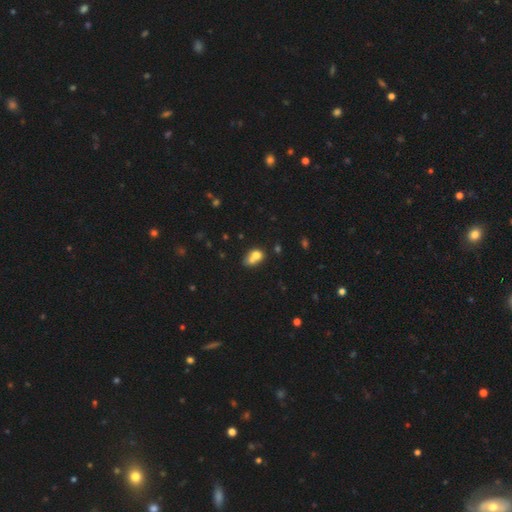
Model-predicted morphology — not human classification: The model was most divided on "how rounded": in between: 52%, round: 47%, cigar-shaped: 2%. More confident: smooth or featured — smooth (68%); merging — merger (62%).